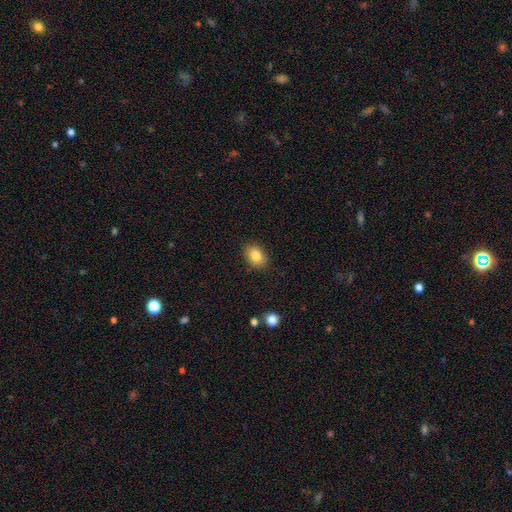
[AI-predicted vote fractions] smooth 83%, star or artifact 9%, featured or disk 8%. Down the decision tree: how rounded — in between (68%); merging — none (86%).